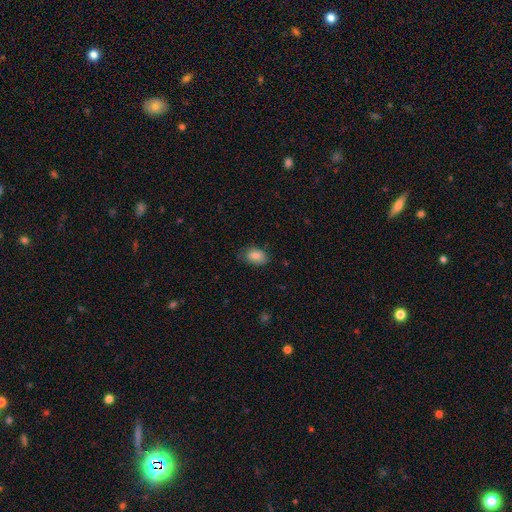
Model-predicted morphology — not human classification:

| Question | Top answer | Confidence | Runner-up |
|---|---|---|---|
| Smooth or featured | smooth | 86% | star or artifact (8%) |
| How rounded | in between | 82% | round (17%) |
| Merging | none | 73% | minor disturbance (21%) |